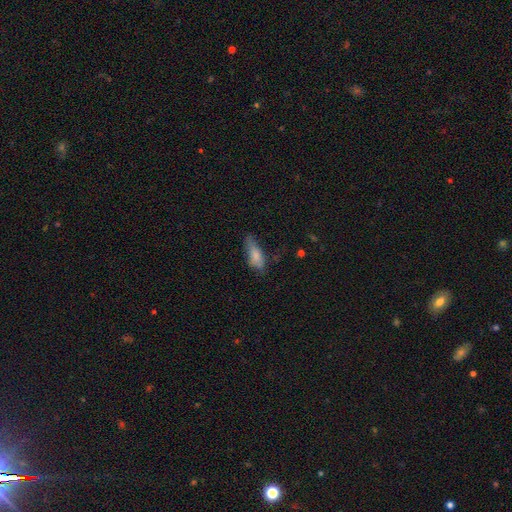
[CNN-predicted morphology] Q: Smooth or featured?
A: smooth (77%); runner-up: featured or disk (15%)
Q: How rounded?
A: in between (67%); runner-up: cigar-shaped (30%)
Q: Merging?
A: none (43%); runner-up: minor disturbance (36%)